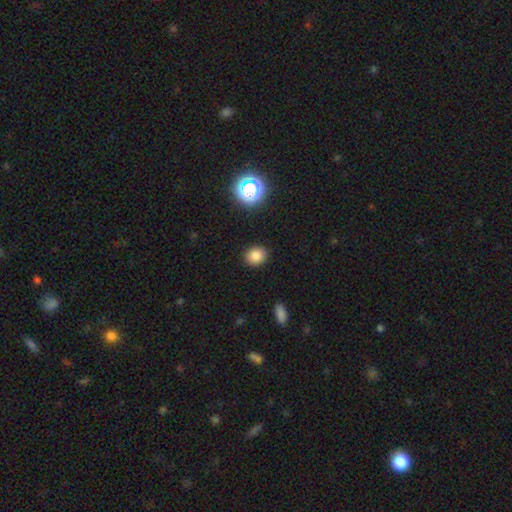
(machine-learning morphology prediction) A smooth galaxy with no disk features (82%) that is round (60%). Merging: none (89%).